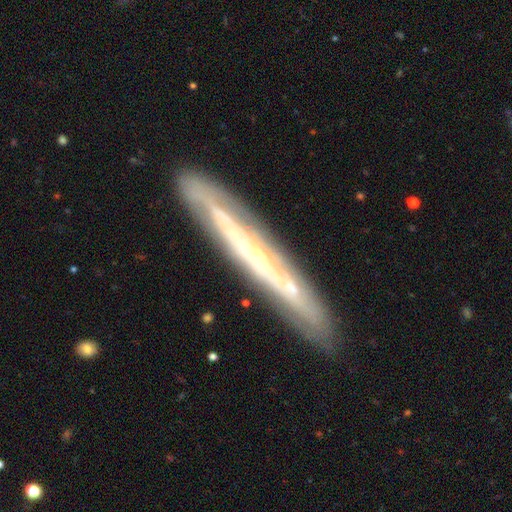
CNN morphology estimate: Q: Smooth or featured?
A: featured or disk (75%); runner-up: smooth (18%)
Q: Edge-on disk?
A: yes (79%); runner-up: no (21%)
Q: Edge-on bulge?
A: none (61%); runner-up: rounded (35%)
Q: Merging?
A: none (83%); runner-up: minor disturbance (13%)